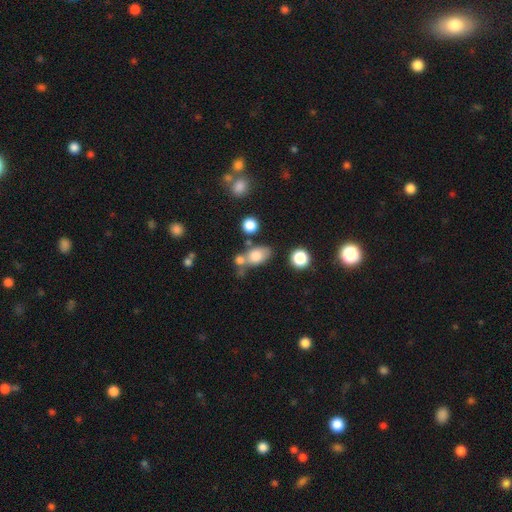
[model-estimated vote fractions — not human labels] smooth 77%, featured or disk 12%, star or artifact 10%. Down the decision tree: how rounded — in between (77%); merging — none (47%).